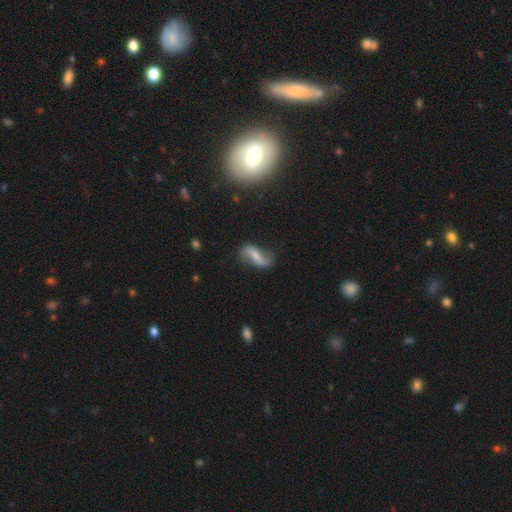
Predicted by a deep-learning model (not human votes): A featured or disk galaxy (71%) with a weak bar (39%), 2 (91%) loose (86%) spiral arms (91%) and no central bulge (35%). Merging: none (70%).